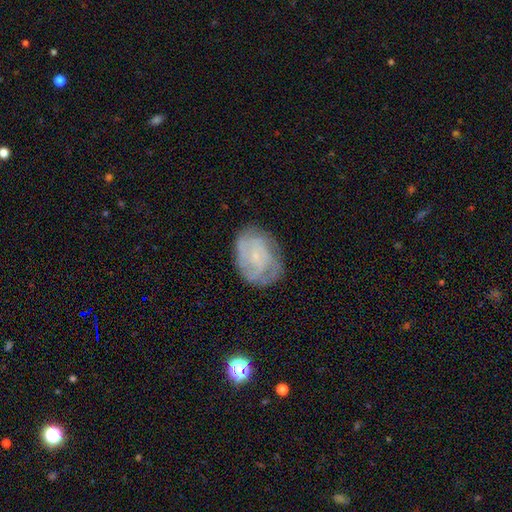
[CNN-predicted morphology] smooth-or-featured: featured or disk: 70% | smooth: 23% | star or artifact: 8%
  disk-edge-on: no: 97% | yes: 3%
    bar: no: 66% | weak: 29% | strong: 5%
    has-spiral-arms: yes: 87% | no: 13%
      spiral-winding: tight: 58% | medium: 32% | loose: 10%
      spiral-arm-count: can't tell: 43% | 2: 21% | 3: 18% | 4: 9% | 1: 5% | more than 4: 5%
    bulge-size: small: 75% | none: 13% | moderate: 10% | large: 1% | dominant: 1%
  merging: none: 71% | minor disturbance: 20% | major disturbance: 8% | merger: 1%